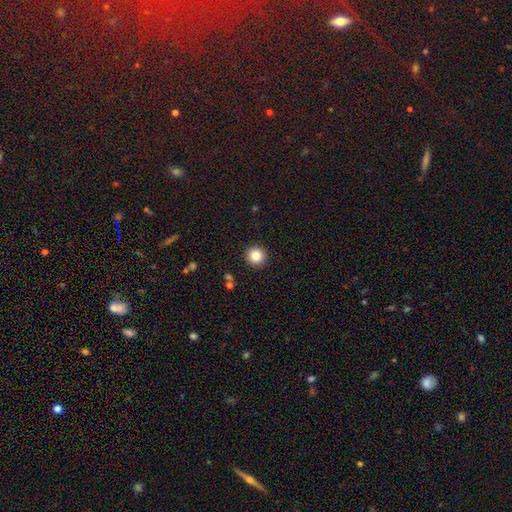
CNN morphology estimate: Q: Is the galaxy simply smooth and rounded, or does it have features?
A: smooth — 85%.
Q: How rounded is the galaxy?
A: round — 95%.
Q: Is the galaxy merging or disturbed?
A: none — 92%.